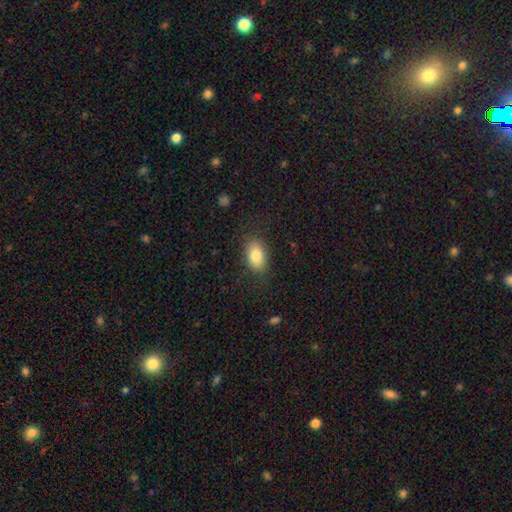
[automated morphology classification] smooth 83%, featured or disk 9%, star or artifact 7%. Down the decision tree: how rounded — in between (89%); merging — none (80%).